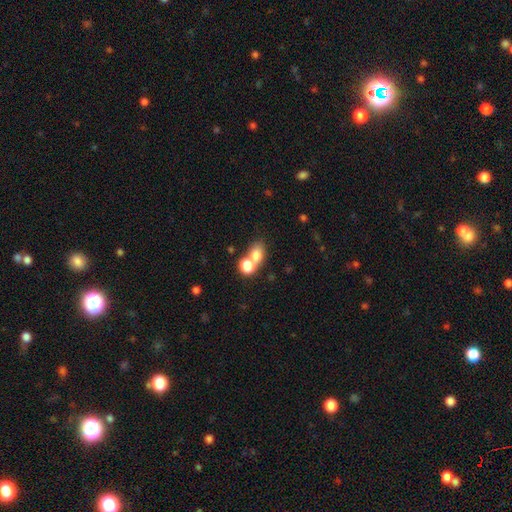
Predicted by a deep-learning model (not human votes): Morphology: type=smooth (75%); roundness=in between (55%); merging=merger (53%).